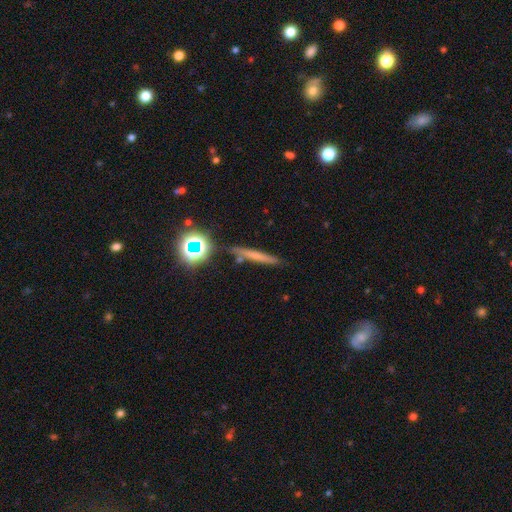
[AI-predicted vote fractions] smooth_or_featured: smooth (p=0.54) [alt: featured or disk p=0.30]
how_rounded: cigar-shaped (p=0.86) [alt: round p=0.08]
merging: none (p=0.81) [alt: minor disturbance p=0.11]